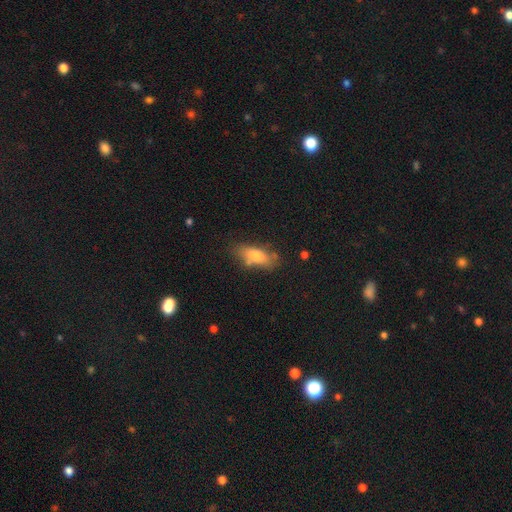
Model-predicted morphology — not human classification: Smooth or featured? smooth (72%)
How rounded? in between (69%)
Merging? none (68%)